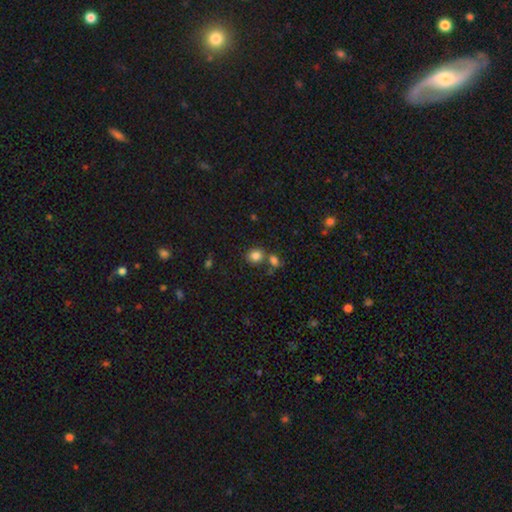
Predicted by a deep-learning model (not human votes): This is clearly a smooth galaxy (83%). How rounded: likely round (73%). Merging: likely none (64%).